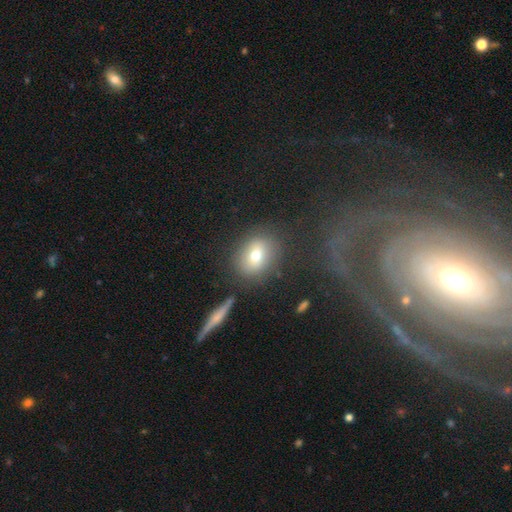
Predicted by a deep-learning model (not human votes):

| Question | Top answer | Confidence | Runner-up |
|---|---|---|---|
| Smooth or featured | smooth | 68% | featured or disk (19%) |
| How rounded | round | 56% | in between (42%) |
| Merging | none | 77% | minor disturbance (12%) |